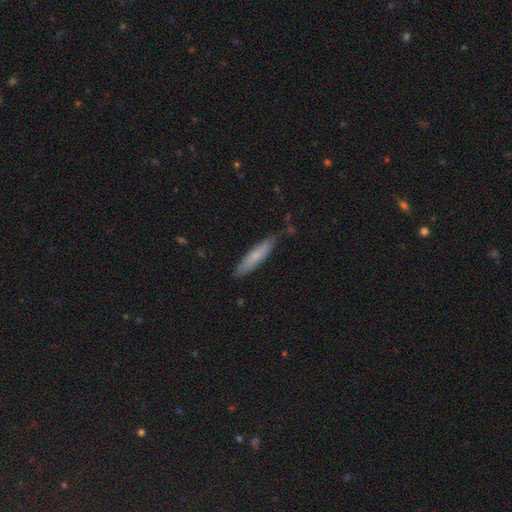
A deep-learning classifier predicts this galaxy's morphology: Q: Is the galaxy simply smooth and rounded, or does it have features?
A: smooth — 73%.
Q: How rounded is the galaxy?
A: cigar-shaped — 84%.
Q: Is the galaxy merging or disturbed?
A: none — 82%.